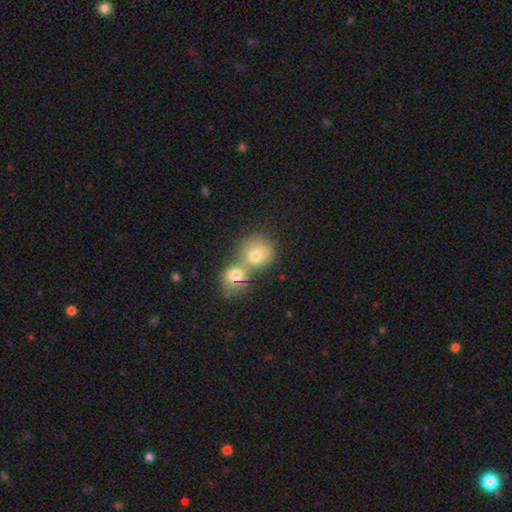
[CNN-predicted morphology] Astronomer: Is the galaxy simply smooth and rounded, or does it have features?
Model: smooth — 73%.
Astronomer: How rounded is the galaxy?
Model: round — 81%.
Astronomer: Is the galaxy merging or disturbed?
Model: merger — 62%.